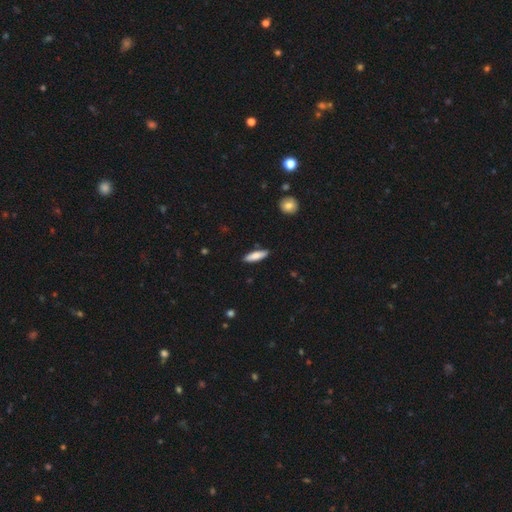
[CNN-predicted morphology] A smooth galaxy with no disk features (80%) that is cigar-shaped (61%).

Vote fractions:
- Smooth or featured? smooth: 80% / featured or disk: 14% / star or artifact: 6%
- How rounded? cigar-shaped: 61% / in between: 37% / round: 2%
- Merging? none: 87% / minor disturbance: 9% / major disturbance: 2% / merger: 1%